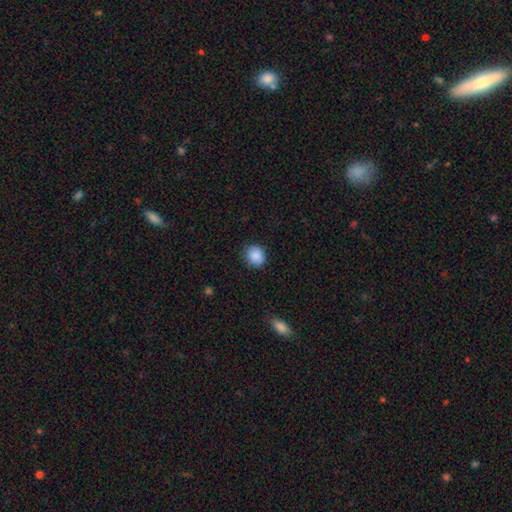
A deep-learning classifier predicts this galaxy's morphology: smooth_or_featured: smooth (p=0.89) [alt: star or artifact p=0.08]
how_rounded: round (p=0.70) [alt: in between p=0.29]
merging: none (p=0.85) [alt: minor disturbance p=0.11]